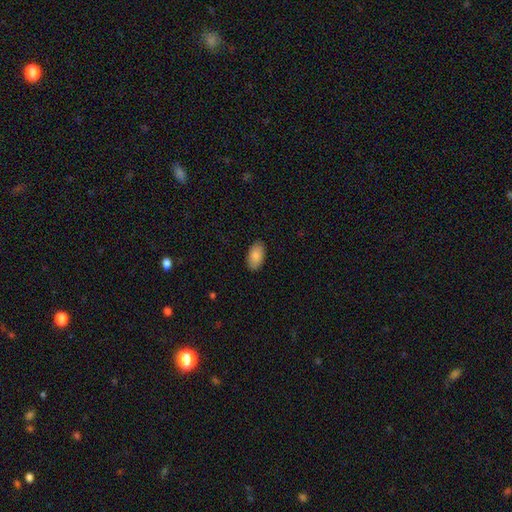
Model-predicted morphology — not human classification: Smooth or featured? Predicted: smooth (p=0.87). How rounded? Predicted: in between (p=0.95). Merging? Predicted: none (p=0.89).